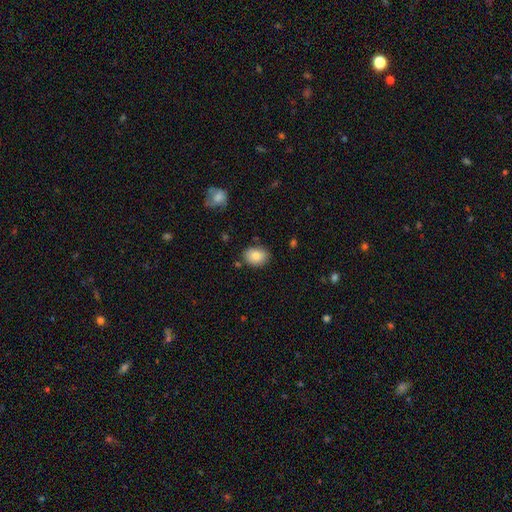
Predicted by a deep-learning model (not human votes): The model was most divided on "how rounded": in between: 67%, round: 32%, cigar-shaped: 1%. More confident: smooth or featured — smooth (84%); merging — none (81%).